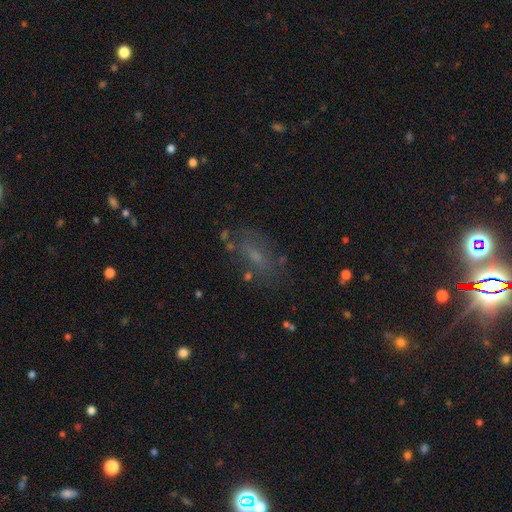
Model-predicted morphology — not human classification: This appears to be a smooth galaxy with no disk features (44%). Merging: none (64%).